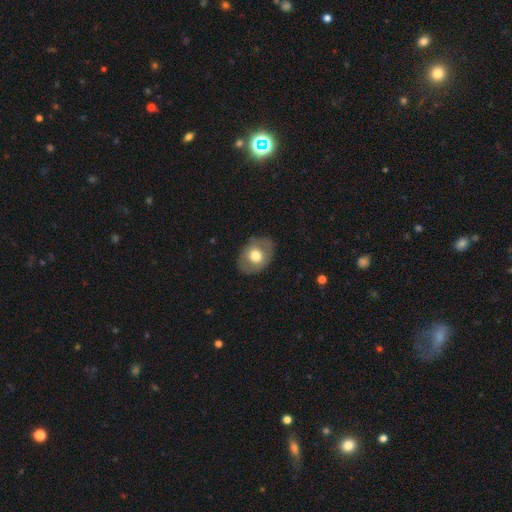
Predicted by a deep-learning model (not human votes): Q: Smooth or featured?
A: smooth (62%); runner-up: featured or disk (31%)
Q: How rounded?
A: in between (61%); runner-up: round (38%)
Q: Merging?
A: none (81%); runner-up: minor disturbance (13%)